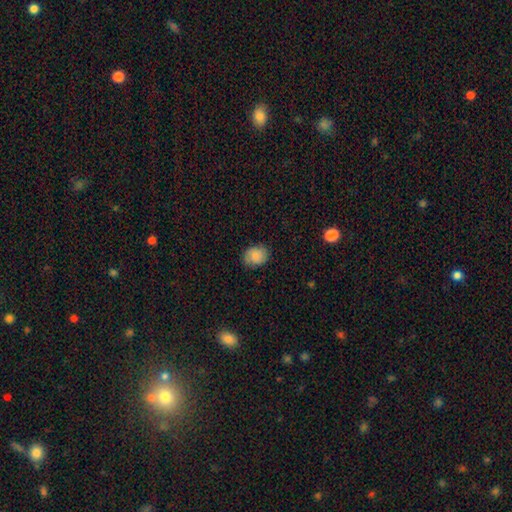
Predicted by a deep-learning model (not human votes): A smooth galaxy with no disk features (85%) that is round (52%).

Vote fractions:
- Smooth or featured? smooth: 85% / star or artifact: 8% / featured or disk: 7%
- How rounded? round: 52% / in between: 47% / cigar-shaped: 1%
- Merging? none: 80% / minor disturbance: 16% / major disturbance: 3% / merger: 1%